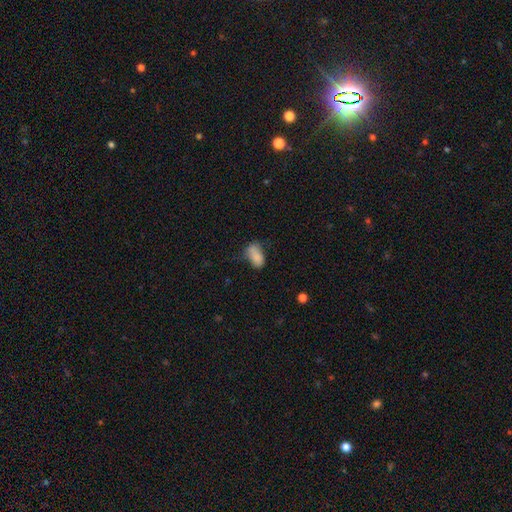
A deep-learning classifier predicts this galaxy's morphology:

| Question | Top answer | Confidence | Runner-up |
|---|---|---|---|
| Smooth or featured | smooth | 80% | featured or disk (11%) |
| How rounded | in between | 91% | round (6%) |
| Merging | none | 40% | minor disturbance (32%) |